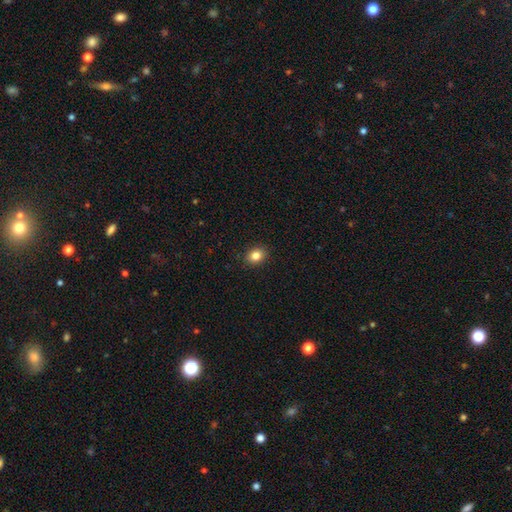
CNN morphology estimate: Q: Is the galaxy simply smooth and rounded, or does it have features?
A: smooth — 84%.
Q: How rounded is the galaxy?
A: in between — 51%.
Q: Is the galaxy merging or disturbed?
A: none — 90%.